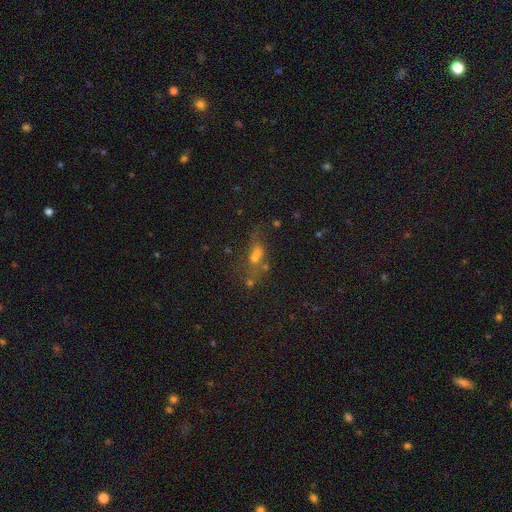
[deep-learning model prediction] The model was most divided on "smooth or featured": smooth: 44%, featured or disk: 29%, star or artifact: 27%. Remaining: merging — none (48%).